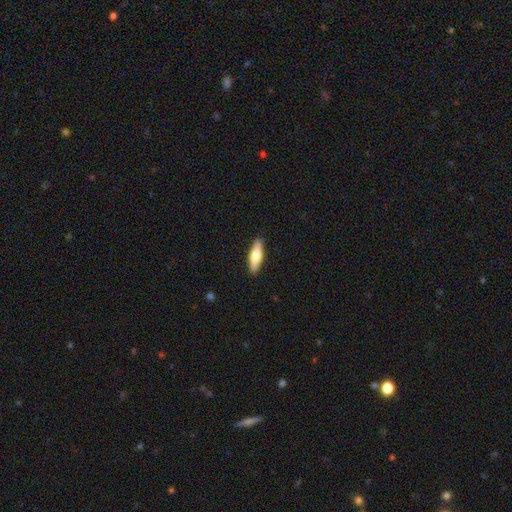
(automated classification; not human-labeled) Smooth or featured? Predicted: smooth (p=0.66). How rounded? Predicted: cigar-shaped (p=0.49, tied with in between). Merging? Predicted: none (p=0.89).